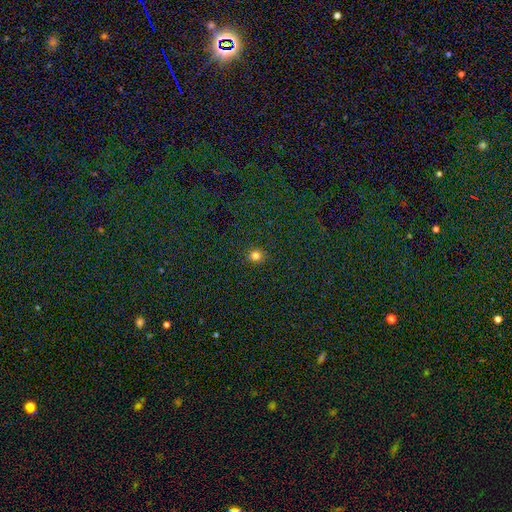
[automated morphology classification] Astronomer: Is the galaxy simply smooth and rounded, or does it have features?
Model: smooth — 81%.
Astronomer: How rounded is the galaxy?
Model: round — 83%.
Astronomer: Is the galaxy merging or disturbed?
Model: none — 90%.